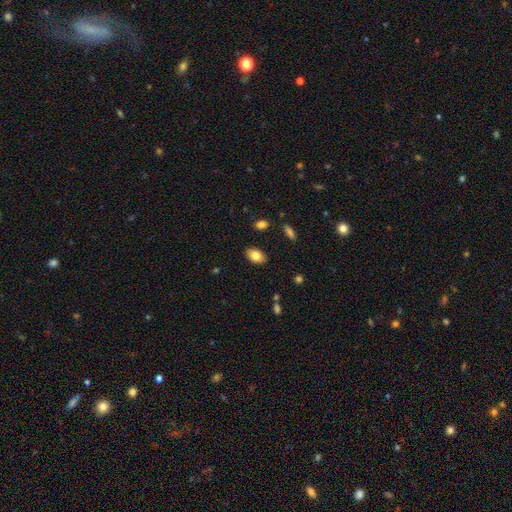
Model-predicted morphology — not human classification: Smooth or featured: smooth — 80% (featured or disk — 12%)
How rounded: in between — 90% (round — 9%)
Merging: none — 87% (minor disturbance — 10%)